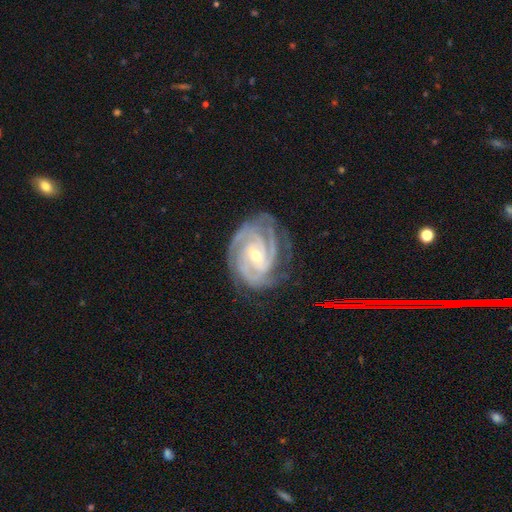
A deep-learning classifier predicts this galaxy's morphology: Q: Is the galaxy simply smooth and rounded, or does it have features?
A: featured or disk — 92%.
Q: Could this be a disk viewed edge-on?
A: no — 97%.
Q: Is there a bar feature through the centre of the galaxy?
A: weak — 43%.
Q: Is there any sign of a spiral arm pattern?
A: yes — 98%.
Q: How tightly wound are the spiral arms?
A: tight — 73%.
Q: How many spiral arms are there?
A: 3 — 39%.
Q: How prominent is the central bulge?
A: small — 54%.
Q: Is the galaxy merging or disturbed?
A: none — 71%.